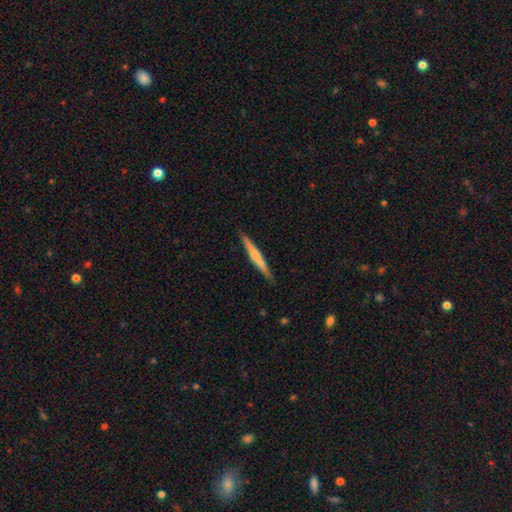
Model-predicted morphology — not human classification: Smooth or featured? featured or disk (52%)
Edge-on disk? yes (97%)
Edge-on bulge? rounded (51%)
Merging? none (89%)